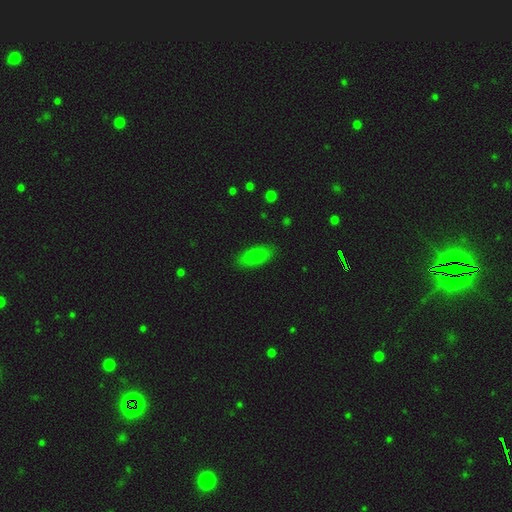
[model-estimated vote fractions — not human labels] A smooth galaxy with no disk features (82%) that is in between round and cigar-shaped (86%). Merging: none (85%).